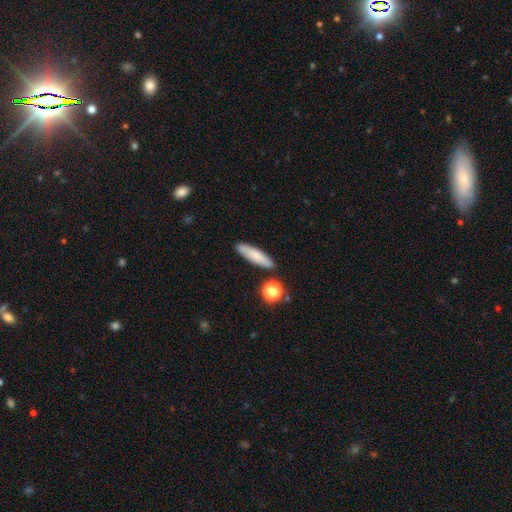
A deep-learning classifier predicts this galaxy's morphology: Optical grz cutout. It shows a smooth galaxy with no disk features (77%) that is cigar-shaped (73%). Merging: none (85%).